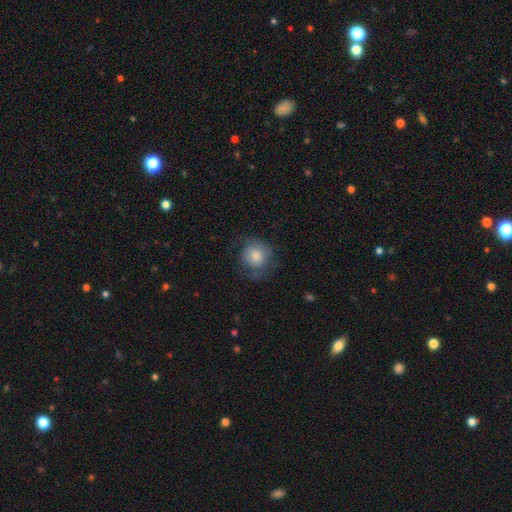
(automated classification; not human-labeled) A smooth galaxy with no disk features (78%) that is round (86%).

Vote fractions:
- Smooth or featured? smooth: 78% / featured or disk: 15% / star or artifact: 7%
- How rounded? round: 86% / in between: 13% / cigar-shaped: 1%
- Merging? none: 60% / minor disturbance: 25% / major disturbance: 13% / merger: 1%